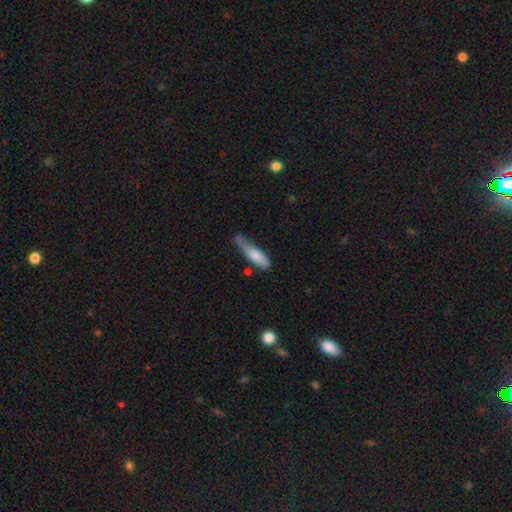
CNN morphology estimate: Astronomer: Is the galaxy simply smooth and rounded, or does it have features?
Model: smooth — 74%.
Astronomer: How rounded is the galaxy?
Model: cigar-shaped — 60% (runner-up: in between, 38%).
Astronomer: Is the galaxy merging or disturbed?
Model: none — 39%, tied with minor disturbance at 39%.